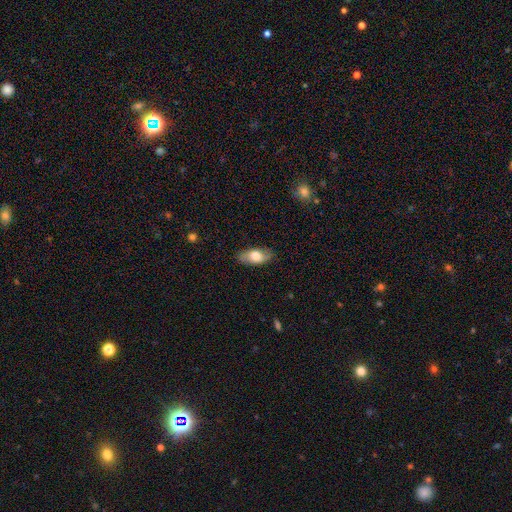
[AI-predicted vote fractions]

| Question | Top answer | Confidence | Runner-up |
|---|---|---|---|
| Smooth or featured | smooth | 72% | featured or disk (22%) |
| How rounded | in between | 88% | cigar-shaped (8%) |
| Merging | none | 84% | minor disturbance (12%) |